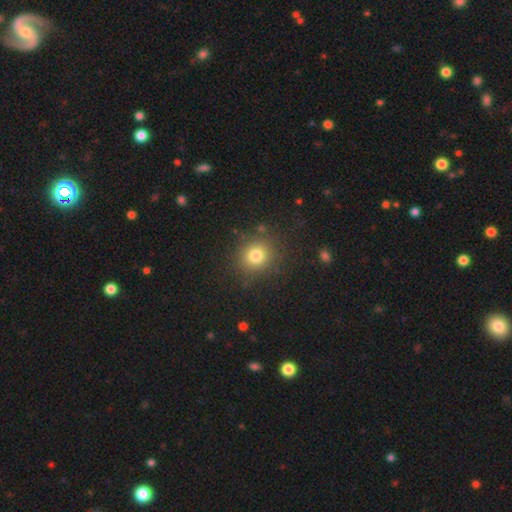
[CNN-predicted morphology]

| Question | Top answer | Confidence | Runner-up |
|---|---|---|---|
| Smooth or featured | smooth | 79% | star or artifact (14%) |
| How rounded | round | 85% | in between (14%) |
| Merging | none | 86% | minor disturbance (8%) |